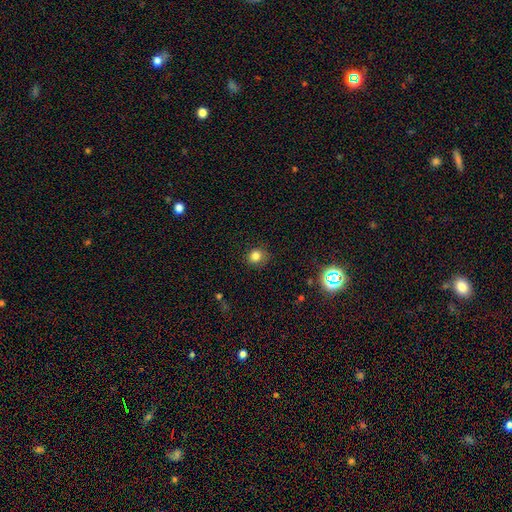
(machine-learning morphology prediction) Smooth or featured? Predicted: smooth (p=0.81). How rounded? Predicted: round (p=0.81). Merging? Predicted: none (p=0.82).